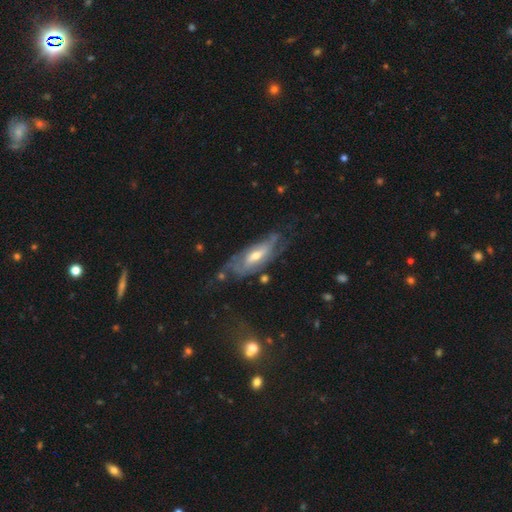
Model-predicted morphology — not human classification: smooth-or-featured: featured or disk: 77% | smooth: 17% | star or artifact: 6%
  disk-edge-on: no: 79% | yes: 21%
    bar: weak: 42% | no: 39% | strong: 19%
    has-spiral-arms: yes: 85% | no: 15%
      spiral-winding: tight: 47% | medium: 37% | loose: 17%
      spiral-arm-count: can't tell: 44% | 2: 37% | 3: 8% | 1: 4% | 4: 3% | more than 4: 3%
    bulge-size: moderate: 58% | small: 35% | large: 4% | none: 1% | dominant: 1%
  merging: none: 58% | minor disturbance: 24% | major disturbance: 15% | merger: 3%